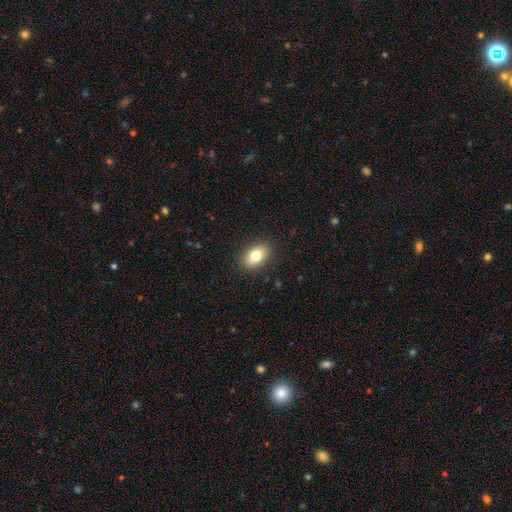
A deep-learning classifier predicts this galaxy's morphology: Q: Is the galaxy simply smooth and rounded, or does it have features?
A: smooth — 78%.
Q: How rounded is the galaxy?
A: in between — 84%.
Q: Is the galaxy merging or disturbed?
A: none — 89%.